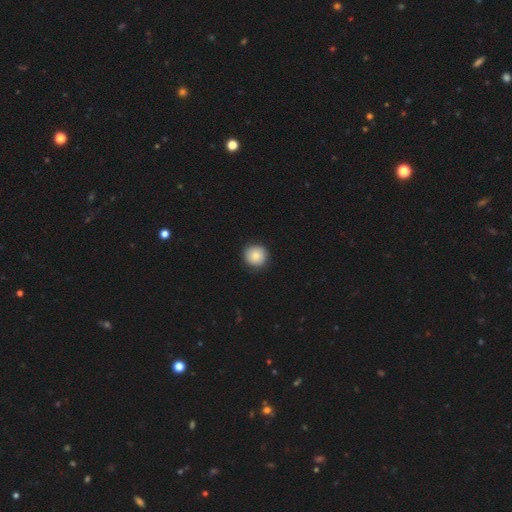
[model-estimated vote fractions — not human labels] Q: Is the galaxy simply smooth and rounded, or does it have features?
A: smooth — 80%.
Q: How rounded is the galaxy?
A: round — 93%.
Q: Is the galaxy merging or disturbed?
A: none — 88%.